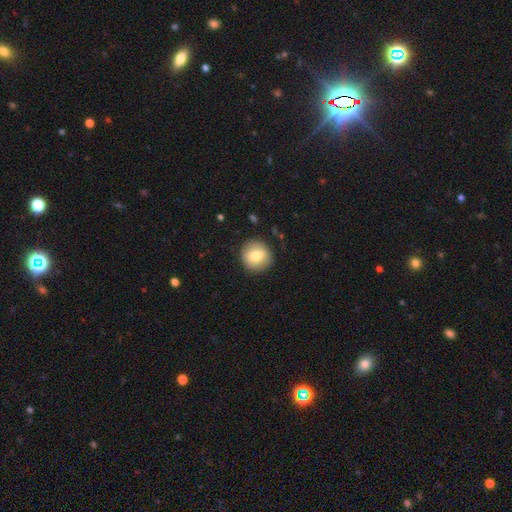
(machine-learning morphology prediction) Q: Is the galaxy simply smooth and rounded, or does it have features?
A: smooth — 78%.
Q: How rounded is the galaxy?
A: round — 92%.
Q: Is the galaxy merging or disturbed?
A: none — 89%.